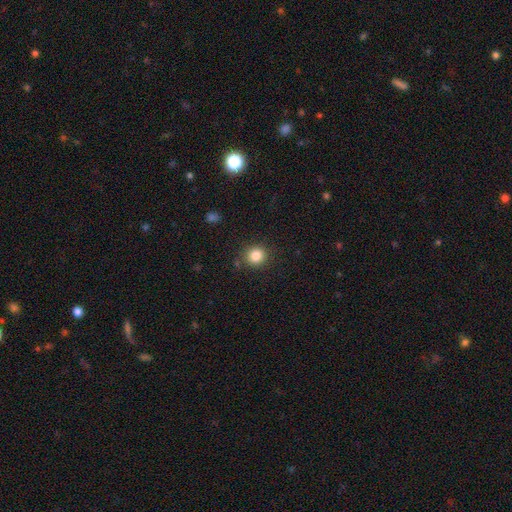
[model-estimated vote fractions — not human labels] This is clearly a smooth galaxy (84%). How rounded: clearly round (88%). Merging: clearly none (86%).